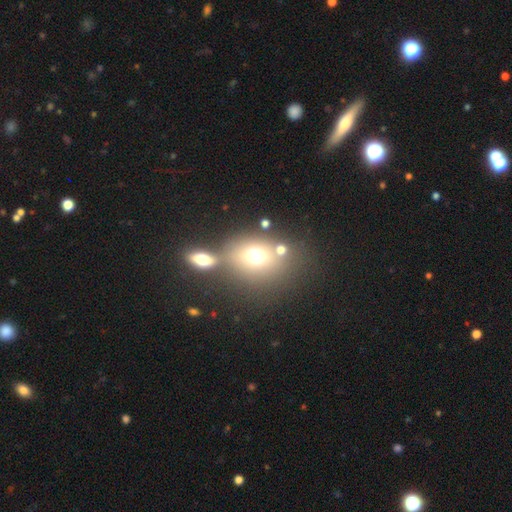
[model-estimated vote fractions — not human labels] smooth 68%, featured or disk 17%, star or artifact 15%. Down the decision tree: how rounded — round (54%); merging — none (49%).